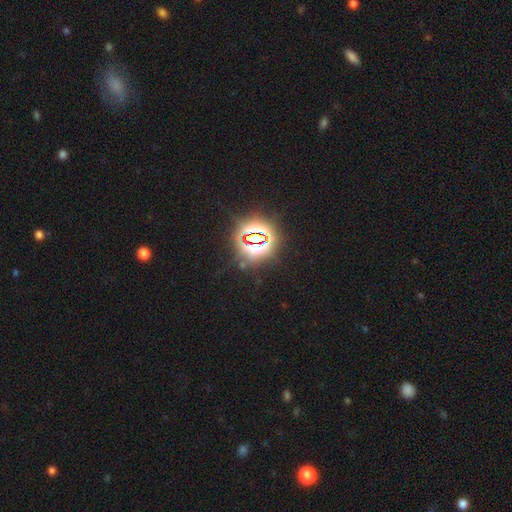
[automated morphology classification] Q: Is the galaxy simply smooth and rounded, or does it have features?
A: star or artifact — 80%.